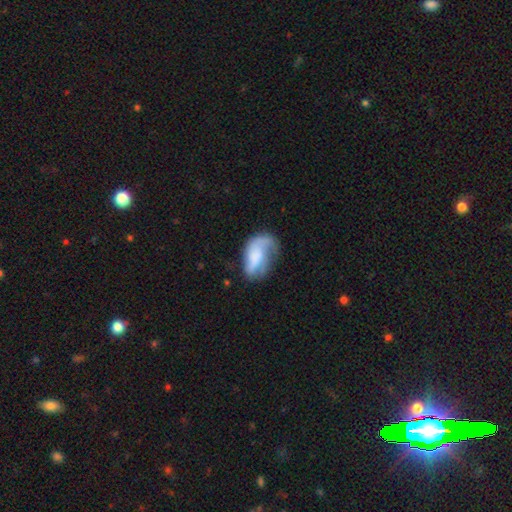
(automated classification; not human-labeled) Overall: featured or disk (54%; smooth 38%). Edge-on disk: no (96%). Bar: no (63%; weak 28%). Spiral arms: yes (78%). Bulge size: none (44%; small 19%). Merging: none (37%; major disturbance 33%).